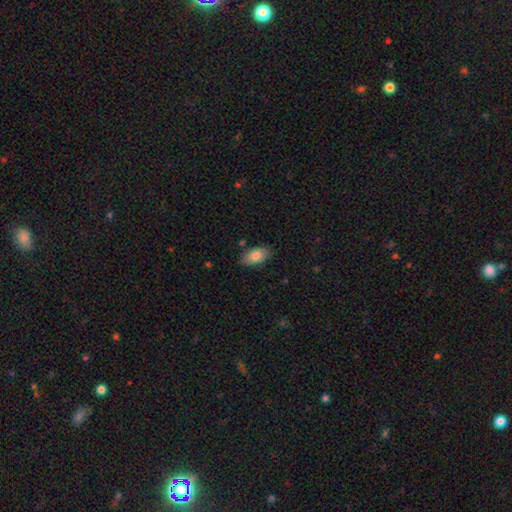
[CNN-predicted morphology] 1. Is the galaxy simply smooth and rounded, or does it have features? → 83% smooth, 10% featured or disk, 7% star or artifact.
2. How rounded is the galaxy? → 93% in between, 4% round, 3% cigar-shaped.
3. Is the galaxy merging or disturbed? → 83% none, 13% minor disturbance, 2% major disturbance, 2% merger.